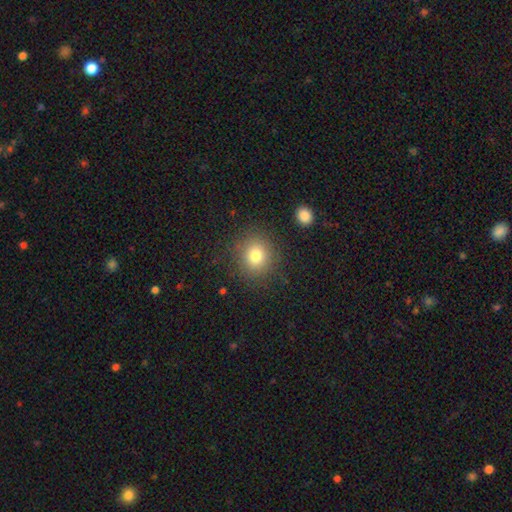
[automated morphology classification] Smooth or featured: smooth — 78% (star or artifact — 13%)
How rounded: round — 84% (in between — 15%)
Merging: none — 86% (minor disturbance — 8%)